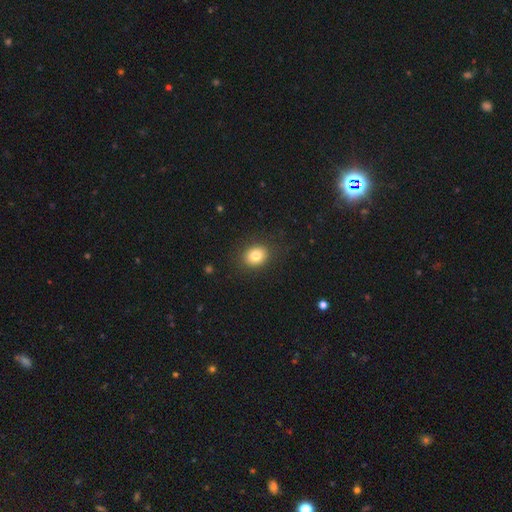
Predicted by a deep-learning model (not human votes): Smooth or featured? smooth (82%)
How rounded? in between (52%)
Merging? none (87%)